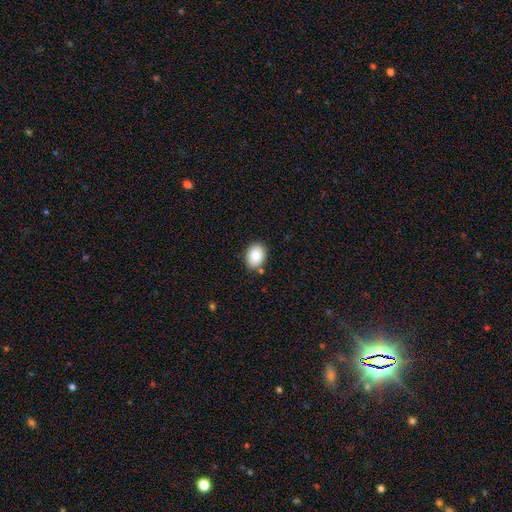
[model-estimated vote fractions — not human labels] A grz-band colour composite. It shows a smooth galaxy with no disk features (84%) that is in between round and cigar-shaped (68%). Merging: none (83%).